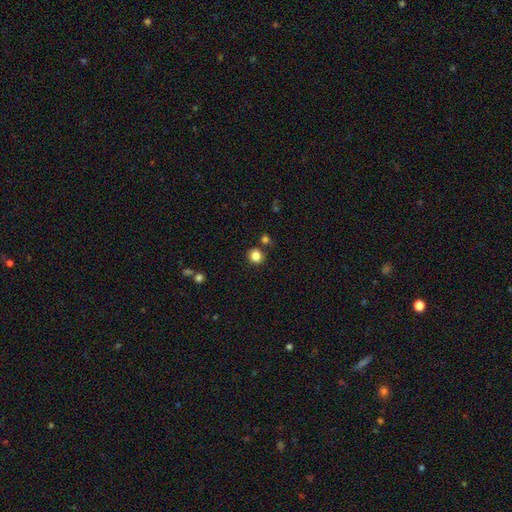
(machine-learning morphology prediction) Smooth or featured?
  - smooth: 84% *
  - star or artifact: 11%
  - featured or disk: 5%
How rounded?
  - round: 86% *
  - in between: 13%
  - cigar-shaped: 1%
Merging?
  - none: 80% *
  - minor disturbance: 9%
  - merger: 8%
  - major disturbance: 3%